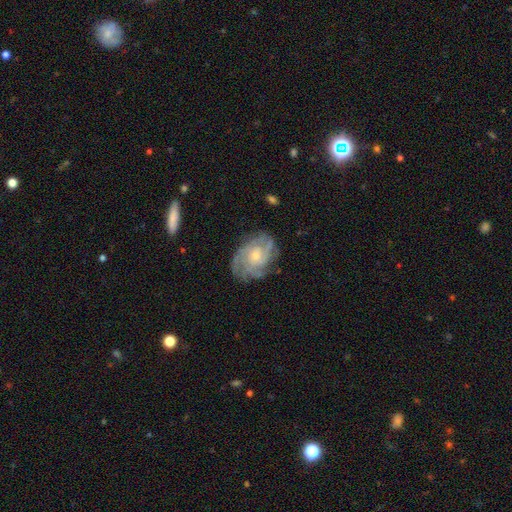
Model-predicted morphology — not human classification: Overall: featured or disk (79%). Edge-on disk: no (97%). Bar: no (77%). Spiral arms: yes (92%). Spiral arm count: can't tell (37%; 4 22%). Spiral winding: tight (60%; medium 31%). Bulge size: small (56%; moderate 39%). Merging: none (72%).